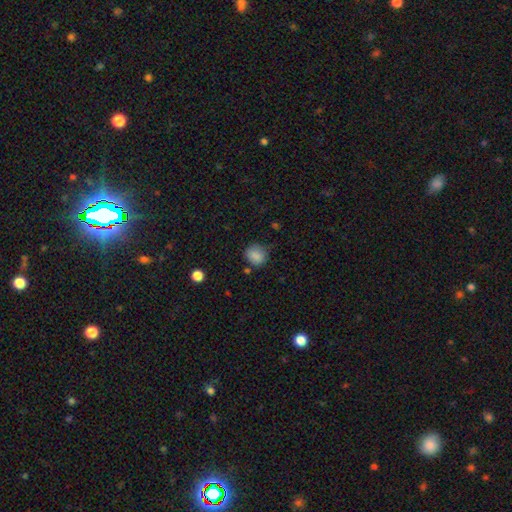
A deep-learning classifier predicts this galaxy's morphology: A smooth galaxy with no disk features (85%) that is round (71%). Merging: none (67%).